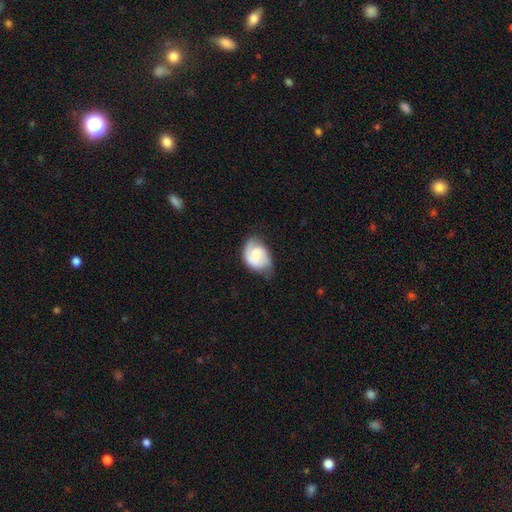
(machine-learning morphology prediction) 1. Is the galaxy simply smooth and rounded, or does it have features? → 55% featured or disk, 38% smooth, 7% star or artifact.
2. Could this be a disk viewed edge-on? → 97% no, 3% yes.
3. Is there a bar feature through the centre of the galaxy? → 52% no, 39% weak, 8% strong.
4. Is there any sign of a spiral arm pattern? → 88% yes, 12% no.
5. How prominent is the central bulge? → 39% moderate, 35% small, 14% none, 11% large, 2% dominant.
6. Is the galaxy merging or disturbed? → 53% none, 34% minor disturbance, 12% major disturbance, 2% merger.